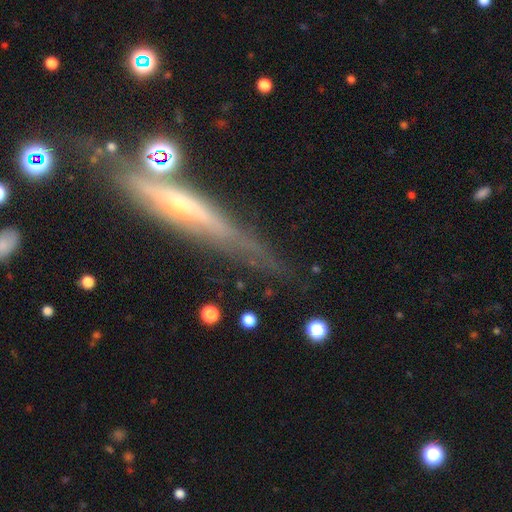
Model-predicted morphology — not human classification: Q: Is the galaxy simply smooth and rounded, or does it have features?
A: featured or disk — 70%.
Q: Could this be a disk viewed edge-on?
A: yes — 87%.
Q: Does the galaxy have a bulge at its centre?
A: rounded — 62%.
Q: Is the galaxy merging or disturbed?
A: none — 70%.